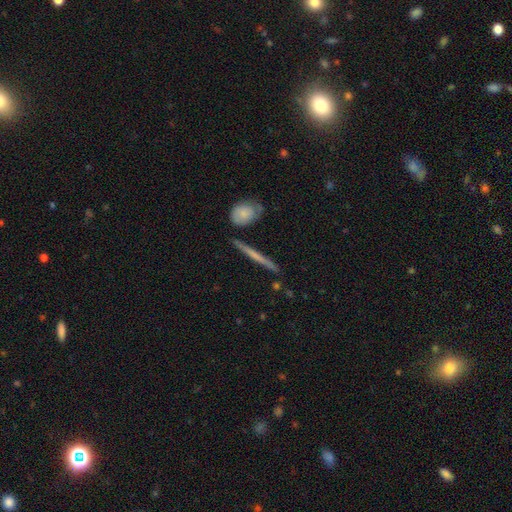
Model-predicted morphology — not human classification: Smooth or featured? featured or disk (58%)
Edge-on disk? yes (96%)
Edge-on bulge? none (67%)
Merging? none (86%)